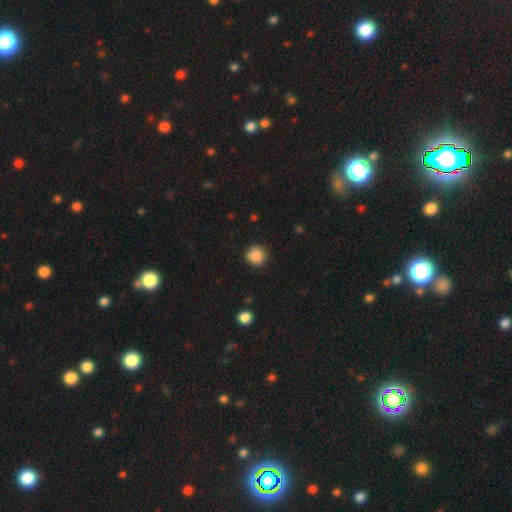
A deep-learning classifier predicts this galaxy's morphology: Smooth or featured: smooth — 87% (star or artifact — 10%)
How rounded: round — 91% (in between — 8%)
Merging: none — 85% (minor disturbance — 11%)